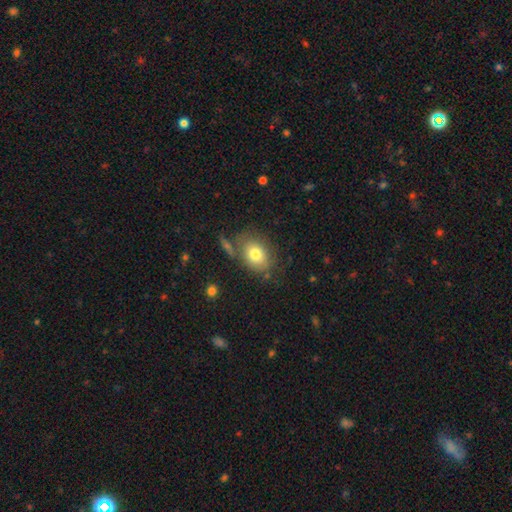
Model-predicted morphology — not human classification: smooth-or-featured: smooth: 76% | featured or disk: 12% | star or artifact: 12%
  how-rounded: in between: 67% | round: 31% | cigar-shaped: 1%
  merging: none: 71% | minor disturbance: 16% | merger: 8% | major disturbance: 5%